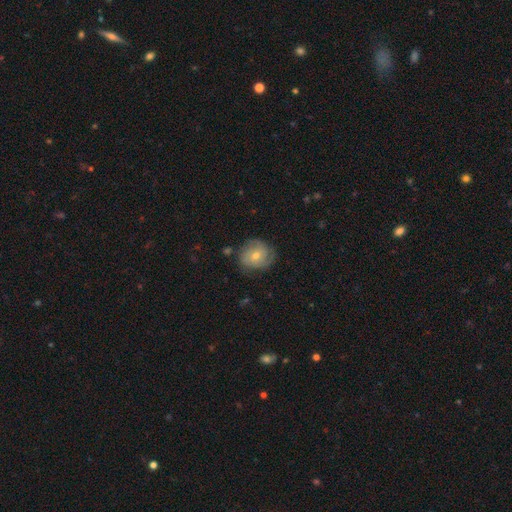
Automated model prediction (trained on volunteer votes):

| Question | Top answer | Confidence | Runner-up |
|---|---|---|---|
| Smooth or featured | featured or disk | 62% | smooth (28%) |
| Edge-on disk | no | 97% | yes (3%) |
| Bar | no | 71% | weak (24%) |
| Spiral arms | yes | 87% | no (13%) |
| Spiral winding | tight | 61% | medium (30%) |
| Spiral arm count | can't tell | 34% | 3 (25%) |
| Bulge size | moderate | 50% | small (46%) |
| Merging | none | 75% | minor disturbance (18%) |